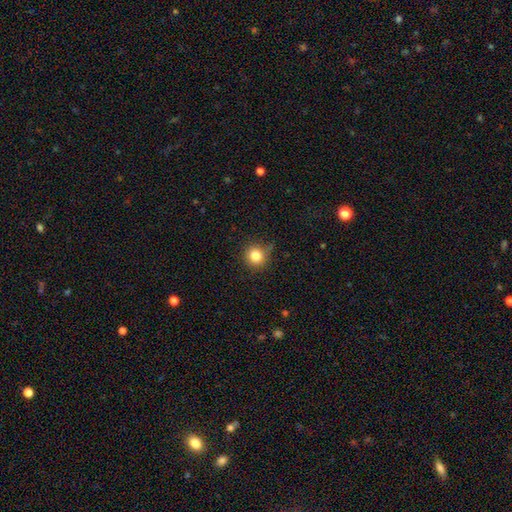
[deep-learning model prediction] smooth_or_featured: smooth (p=0.82) [alt: star or artifact p=0.12]
how_rounded: round (p=0.92) [alt: in between p=0.07]
merging: none (p=0.81) [alt: minor disturbance p=0.13]